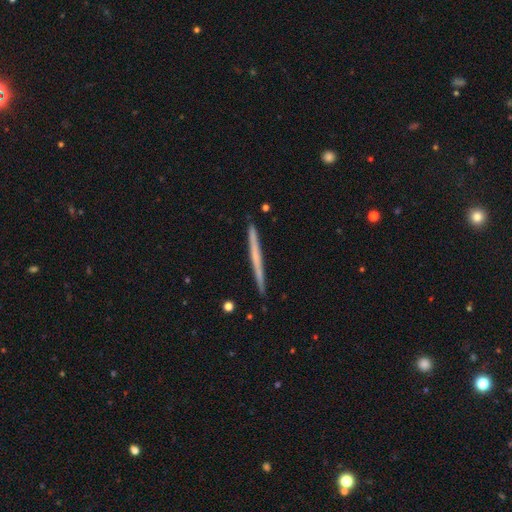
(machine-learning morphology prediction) Smooth or featured: featured or disk — 49% (smooth — 45%)
Merging: none — 91% (minor disturbance — 6%)